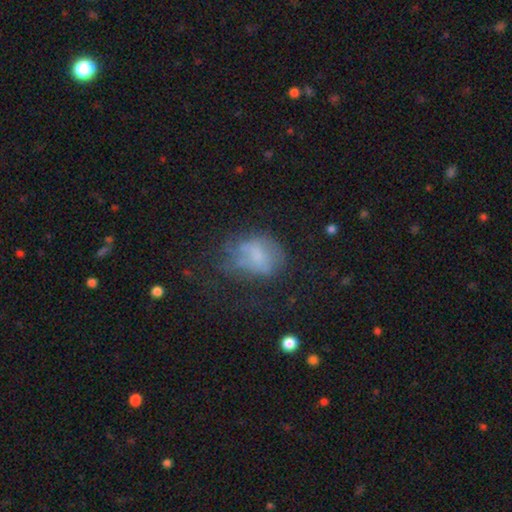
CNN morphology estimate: This appears to be a smooth galaxy with no disk features (51%) that is in between round and cigar-shaped (56%). Merging: none (37%).